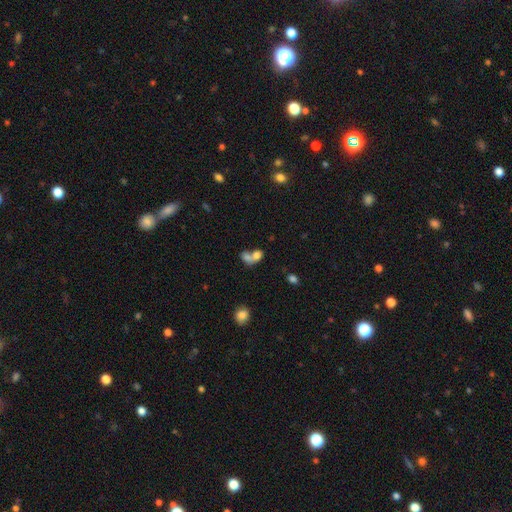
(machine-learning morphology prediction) Smooth or featured? smooth (71%)
How rounded? in between (60%)
Merging? merger (67%)